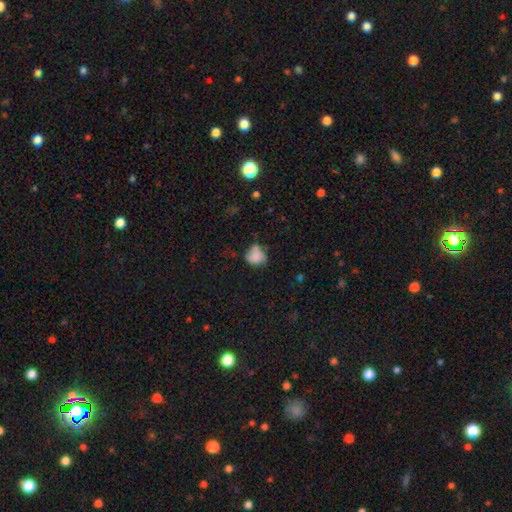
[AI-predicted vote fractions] smooth-or-featured: smooth: 75% | featured or disk: 14% | star or artifact: 11%
  how-rounded: round: 59% | in between: 40% | cigar-shaped: 1%
  merging: none: 43% | minor disturbance: 34% | major disturbance: 15% | merger: 8%